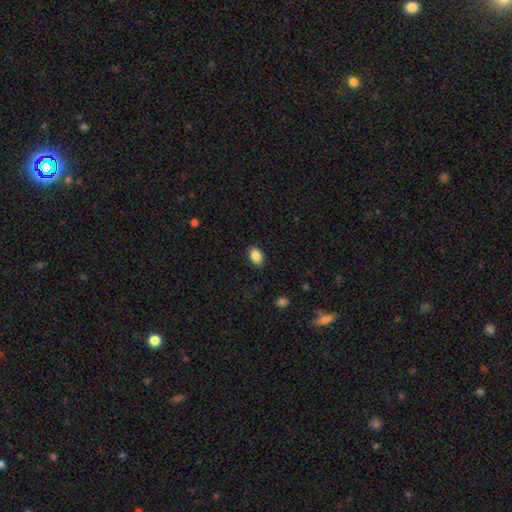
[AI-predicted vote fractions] Smooth or featured? Predicted: smooth (p=0.88). How rounded? Predicted: in between (p=0.85). Merging? Predicted: none (p=0.88).